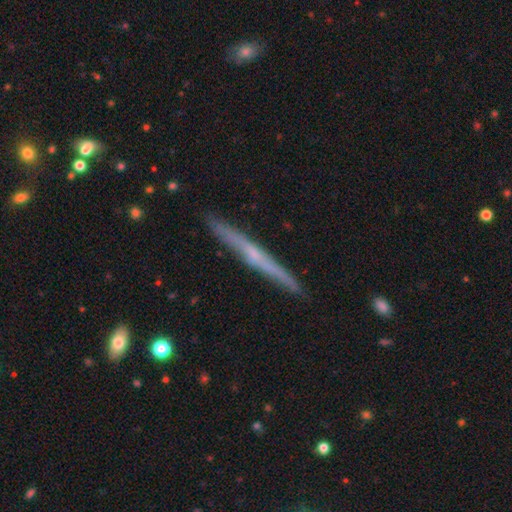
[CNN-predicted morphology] smooth_or_featured: featured or disk (p=0.65) [alt: smooth p=0.28]
disk_edge_on: yes (p=0.97) [alt: no p=0.03]
edge_on_bulge: none (p=0.55) [alt: rounded p=0.40]
merging: none (p=0.91) [alt: minor disturbance p=0.07]